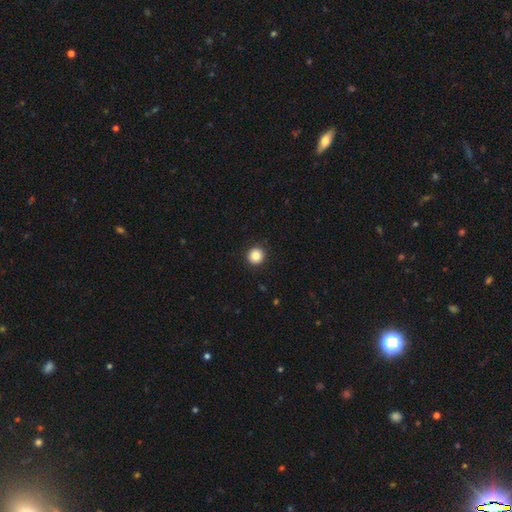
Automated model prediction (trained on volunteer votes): The model was most divided on "smooth or featured": smooth: 85%, star or artifact: 9%, featured or disk: 5%. More confident: how rounded — round (95%); merging — none (93%).